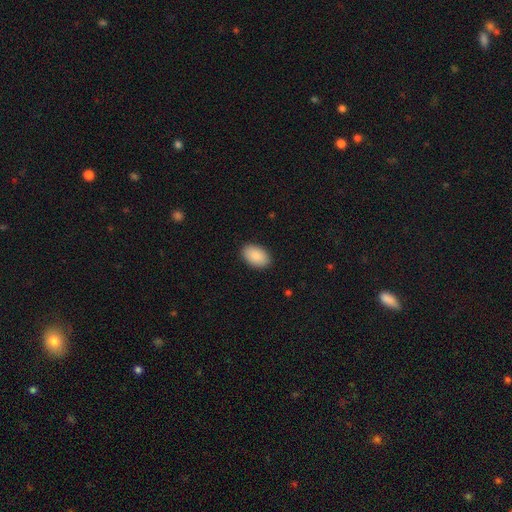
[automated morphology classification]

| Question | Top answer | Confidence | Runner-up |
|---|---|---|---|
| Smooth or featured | smooth | 91% | star or artifact (6%) |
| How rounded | in between | 93% | round (6%) |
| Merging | none | 90% | minor disturbance (8%) |